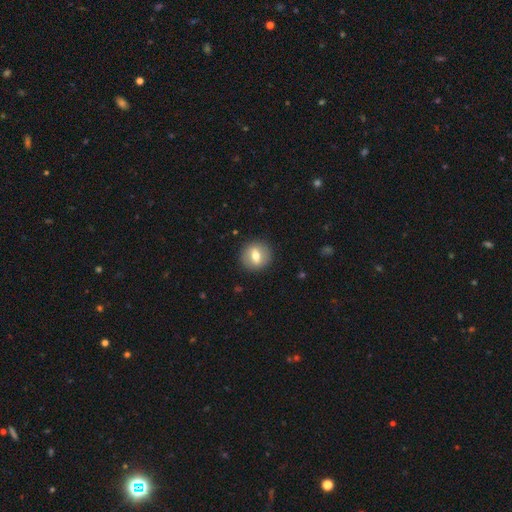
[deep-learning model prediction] smooth 61%, featured or disk 31%, star or artifact 8%. Down the decision tree: how rounded — round (80%); merging — none (89%).